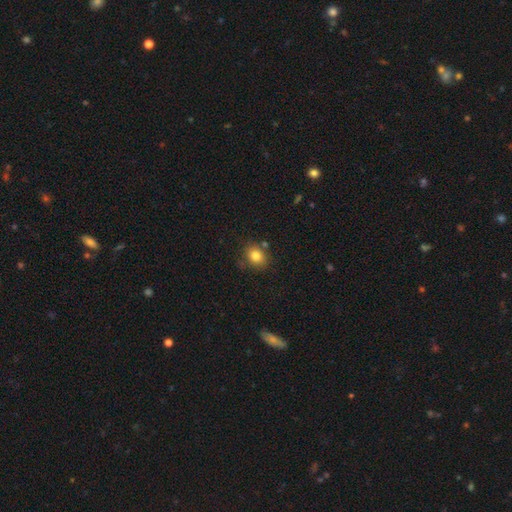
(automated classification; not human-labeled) smooth-or-featured: smooth: 82% | star or artifact: 10% | featured or disk: 8%
  how-rounded: round: 57% | in between: 42% | cigar-shaped: 1%
  merging: none: 75% | minor disturbance: 14% | merger: 7% | major disturbance: 4%